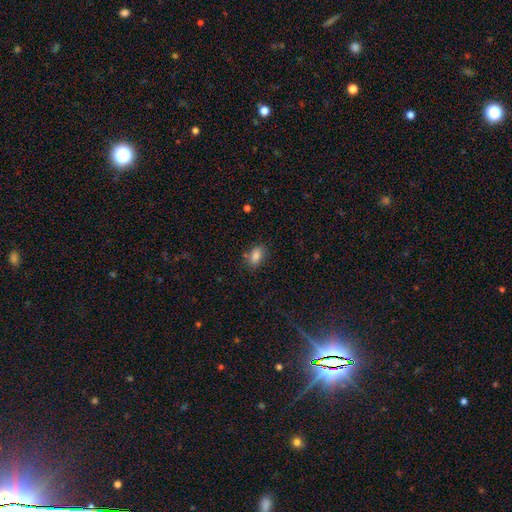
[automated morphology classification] A smooth galaxy with no disk features (84%) that is in between round and cigar-shaped (87%). Merging: none (76%).